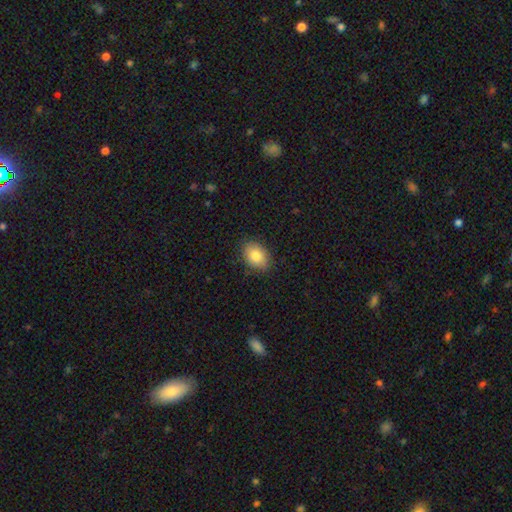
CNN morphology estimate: smooth 82%, featured or disk 10%, star or artifact 8%. Down the decision tree: how rounded — in between (80%); merging — none (86%).